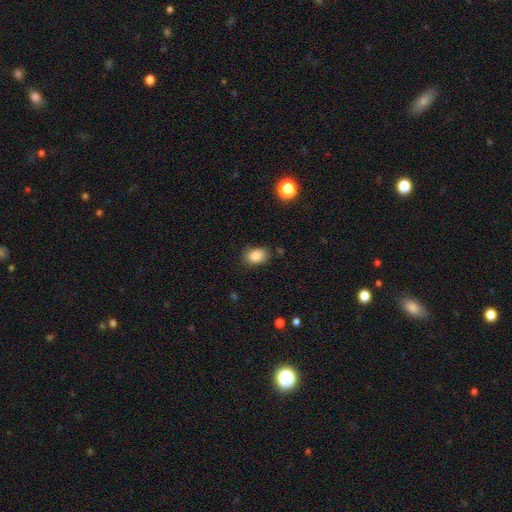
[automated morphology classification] This is clearly a smooth galaxy (86%). How rounded: likely in between (74%). Merging: likely none (77%).